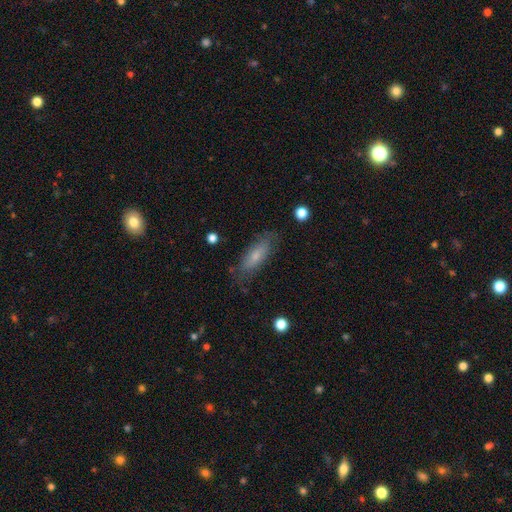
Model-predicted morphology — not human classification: smooth 65%, featured or disk 28%, star or artifact 7%. Down the decision tree: how rounded — in between (59%); merging — none (77%).